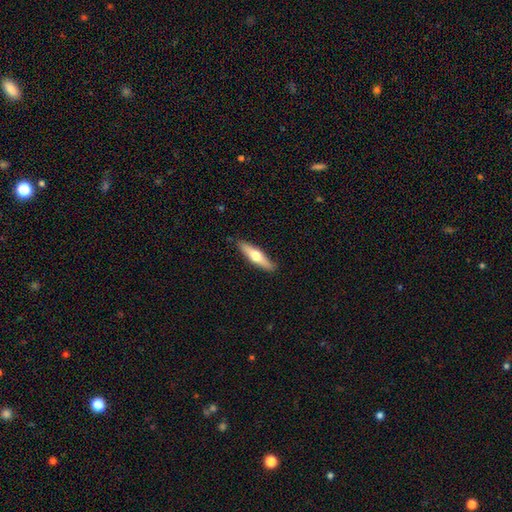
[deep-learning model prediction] Q: Smooth or featured?
A: smooth (50%); runner-up: featured or disk (45%)
Q: Merging?
A: none (88%); runner-up: minor disturbance (9%)